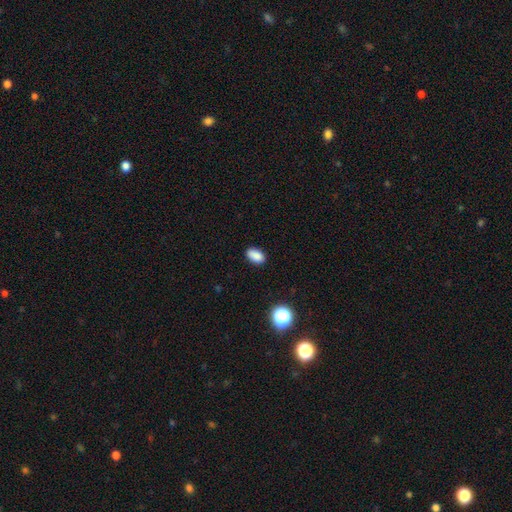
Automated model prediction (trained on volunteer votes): smooth 86%, star or artifact 10%, featured or disk 4%. Down the decision tree: how rounded — in between (89%); merging — none (84%).